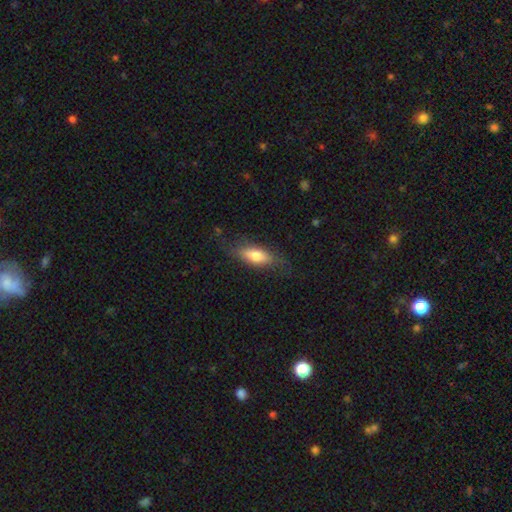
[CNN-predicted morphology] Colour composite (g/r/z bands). It shows a smooth galaxy with no disk features (63%) that is in between round and cigar-shaped (66%). Merging: none (68%).